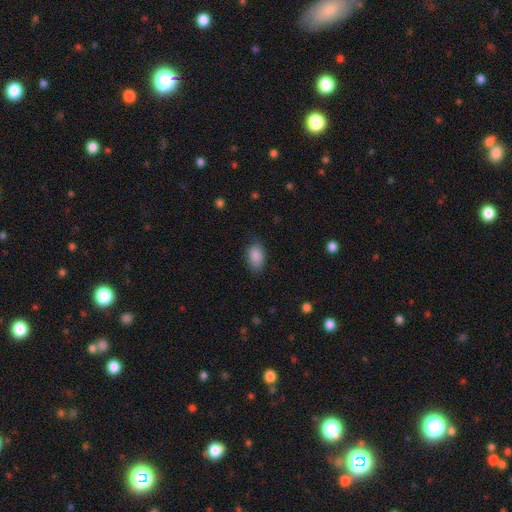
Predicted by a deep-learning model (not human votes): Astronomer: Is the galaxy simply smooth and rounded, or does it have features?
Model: smooth — 88%.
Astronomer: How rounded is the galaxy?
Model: in between — 90%.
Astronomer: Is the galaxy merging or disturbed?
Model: none — 78%.